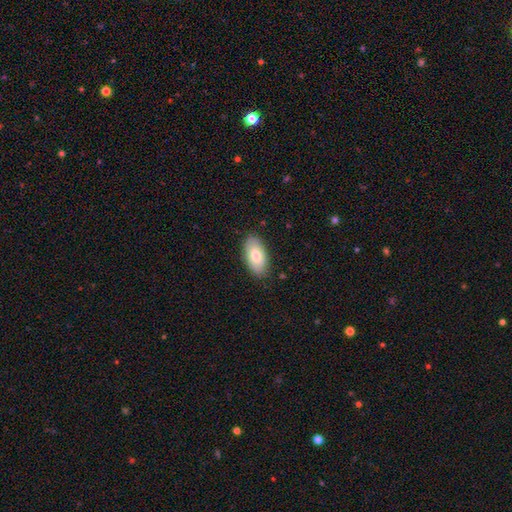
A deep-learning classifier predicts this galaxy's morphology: Smooth or featured? Predicted: smooth (p=0.77). How rounded? Predicted: in between (p=0.94). Merging? Predicted: none (p=0.85).